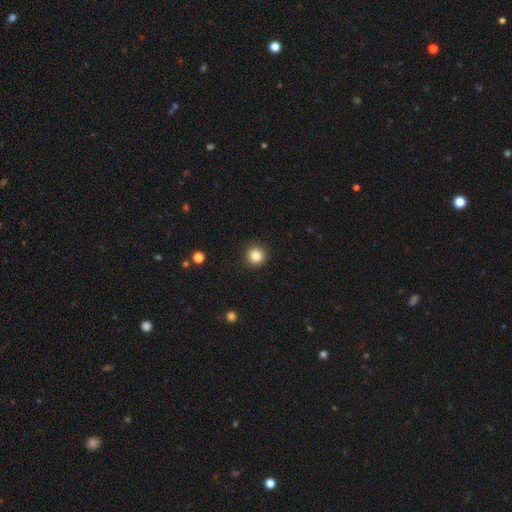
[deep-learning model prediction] smooth_or_featured: smooth (p=0.86) [alt: star or artifact p=0.11]
how_rounded: round (p=0.95) [alt: in between p=0.04]
merging: none (p=0.91) [alt: minor disturbance p=0.06]